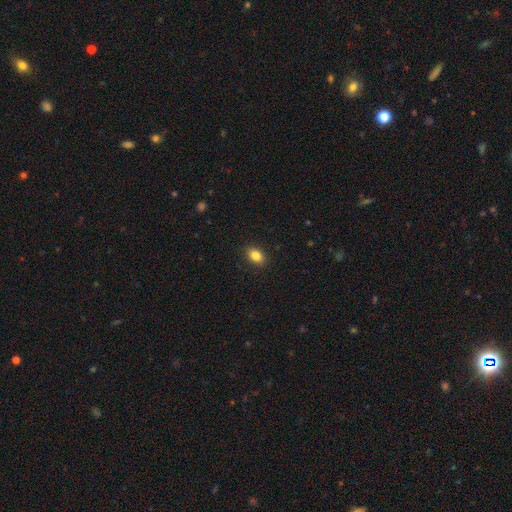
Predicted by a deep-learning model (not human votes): A smooth galaxy with no disk features (85%) that is in between round and cigar-shaped (81%). Merging: none (90%).